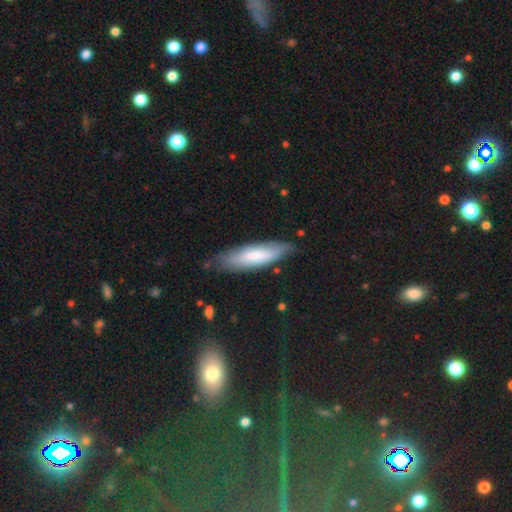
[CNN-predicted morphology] Q: Smooth or featured?
A: smooth (67%); runner-up: featured or disk (27%)
Q: How rounded?
A: cigar-shaped (58%); runner-up: in between (41%)
Q: Merging?
A: none (76%); runner-up: minor disturbance (18%)